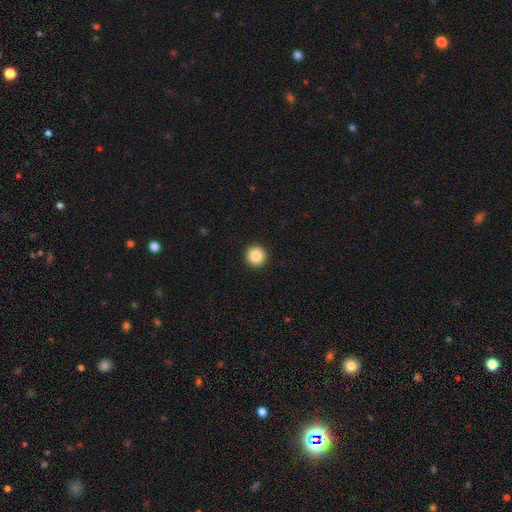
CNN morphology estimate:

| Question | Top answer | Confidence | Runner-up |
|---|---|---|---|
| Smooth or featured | smooth | 86% | star or artifact (9%) |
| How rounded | round | 96% | in between (4%) |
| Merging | none | 93% | minor disturbance (4%) |